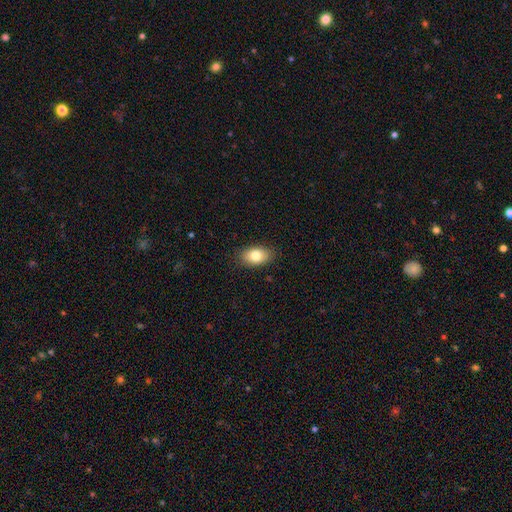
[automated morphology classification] smooth-or-featured: smooth: 80% | featured or disk: 12% | star or artifact: 8%
  how-rounded: in between: 89% | round: 9% | cigar-shaped: 2%
  merging: none: 87% | minor disturbance: 10% | major disturbance: 2% | merger: 1%